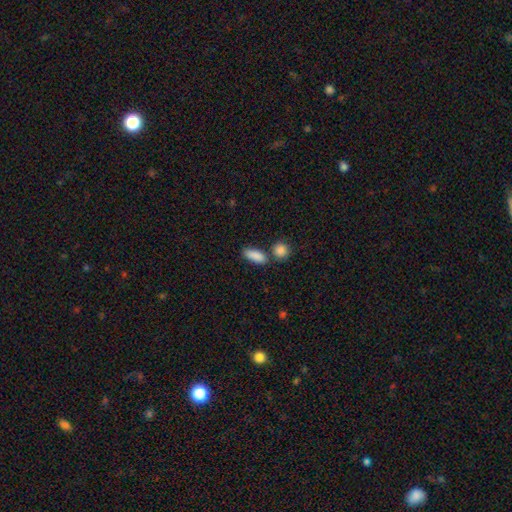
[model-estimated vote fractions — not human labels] Smooth or featured? Predicted: smooth (p=0.88). How rounded? Predicted: in between (p=0.72). Merging? Predicted: none (p=0.65).